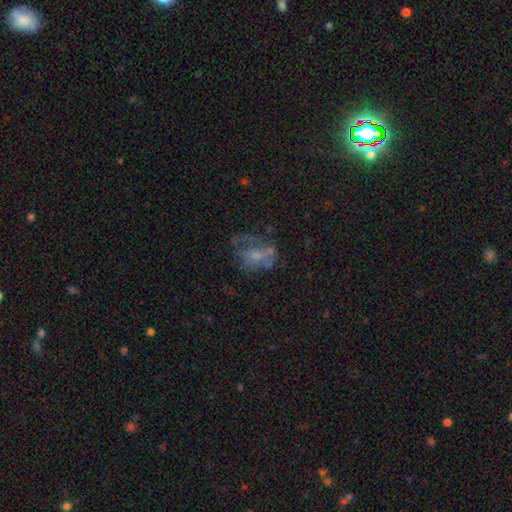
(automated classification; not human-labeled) Overall: featured or disk (52%; smooth 29%). Edge-on disk: no (96%). Merging: none (44%; major disturbance 30%).